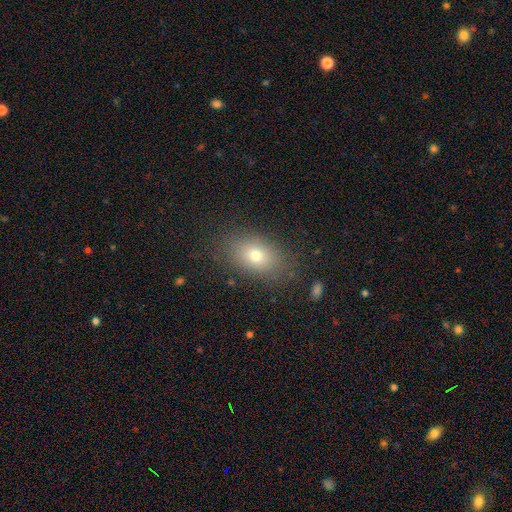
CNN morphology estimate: This appears to be a smooth galaxy with no disk features (73%) that is in between round and cigar-shaped (80%). Merging: none (82%).